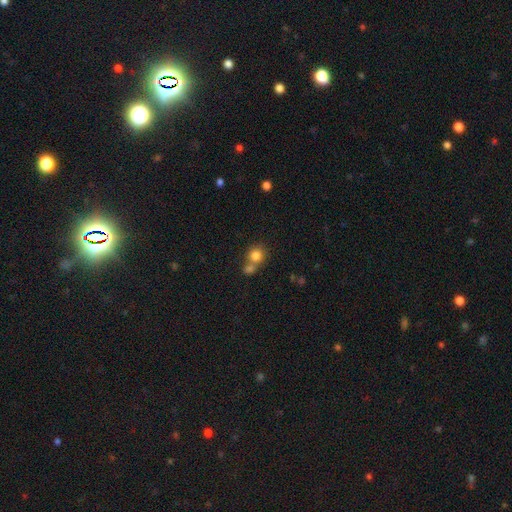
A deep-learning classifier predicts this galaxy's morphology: type=smooth (81%); roundness=round (86%); merging=none (48%).